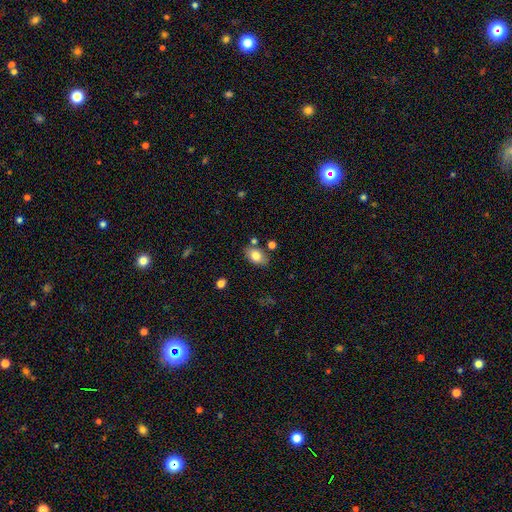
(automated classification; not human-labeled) smooth 79%, featured or disk 12%, star or artifact 8%. Down the decision tree: how rounded — in between (87%); merging — none (76%).